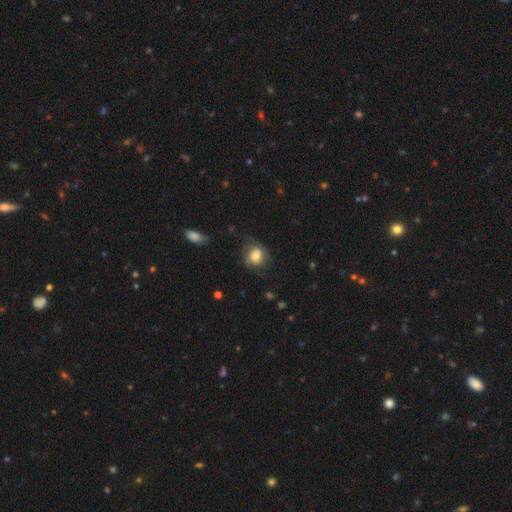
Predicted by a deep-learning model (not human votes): smooth_or_featured: smooth (p=0.57) [alt: featured or disk p=0.35]
how_rounded: round (p=0.66) [alt: in between p=0.32]
merging: none (p=0.56) [alt: minor disturbance p=0.26]